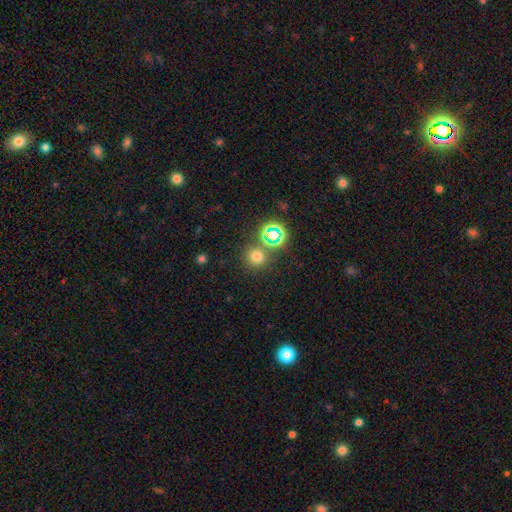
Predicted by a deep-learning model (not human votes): This appears to be a smooth galaxy with no disk features (67%) that is round (90%). Merging: none (79%).